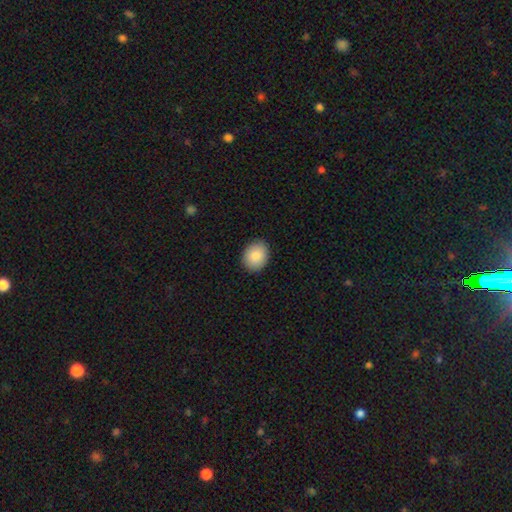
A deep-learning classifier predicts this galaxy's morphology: Smooth or featured?
  - smooth: 86% *
  - star or artifact: 7%
  - featured or disk: 6%
How rounded?
  - round: 56% *
  - in between: 43%
  - cigar-shaped: 1%
Merging?
  - none: 90% *
  - minor disturbance: 8%
  - major disturbance: 2%
  - merger: 1%